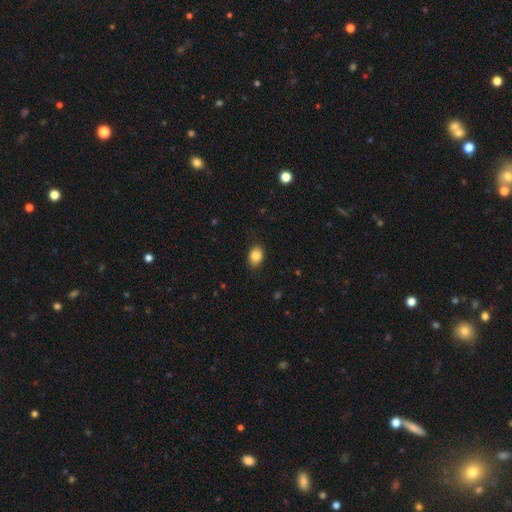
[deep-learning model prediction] smooth 86%, star or artifact 9%, featured or disk 5%. Down the decision tree: how rounded — in between (60%); merging — none (84%).